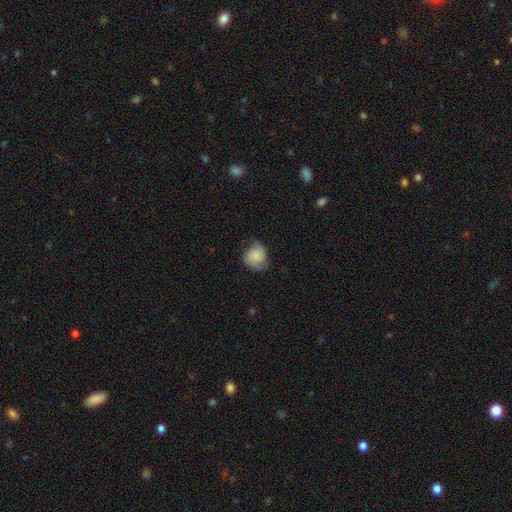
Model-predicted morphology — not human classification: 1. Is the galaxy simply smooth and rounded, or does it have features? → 55% smooth, 37% featured or disk, 8% star or artifact.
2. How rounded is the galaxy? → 70% round, 29% in between, 1% cigar-shaped.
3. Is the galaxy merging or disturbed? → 59% none, 29% minor disturbance, 11% major disturbance, 1% merger.